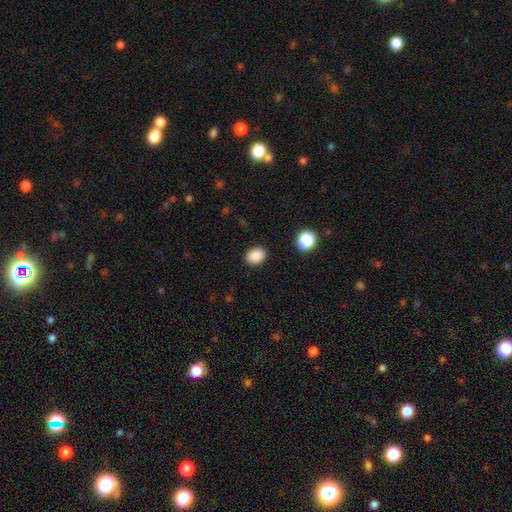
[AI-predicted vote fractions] A smooth galaxy with no disk features (88%) that is in between round and cigar-shaped (62%).

Vote fractions:
- Smooth or featured? smooth: 88% / star or artifact: 9% / featured or disk: 3%
- How rounded? in between: 62% / round: 38% / cigar-shaped: 1%
- Merging? none: 89% / minor disturbance: 8% / major disturbance: 2% / merger: 1%